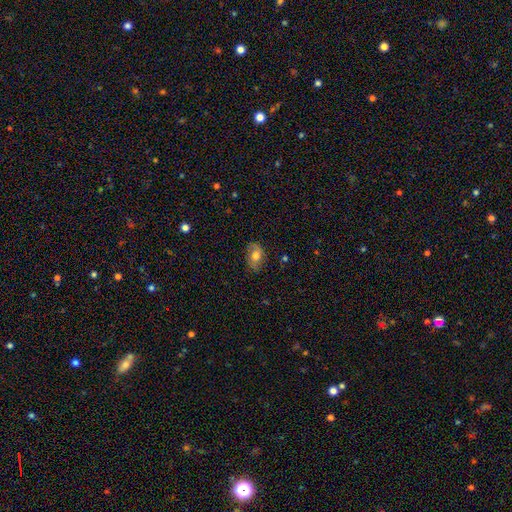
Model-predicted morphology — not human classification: Smooth or featured? Predicted: smooth (p=0.64). How rounded? Predicted: in between (p=0.81). Merging? Predicted: none (p=0.73).